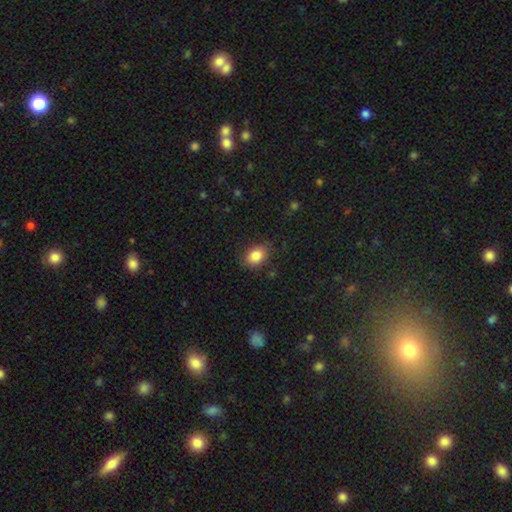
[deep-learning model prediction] smooth 85%, star or artifact 9%, featured or disk 6%. Down the decision tree: how rounded — in between (73%); merging — none (81%).